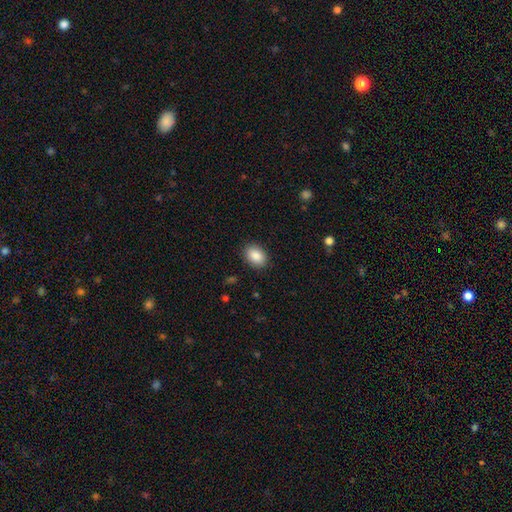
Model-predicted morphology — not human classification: Smooth or featured? smooth (88%)
How rounded? in between (79%)
Merging? none (89%)